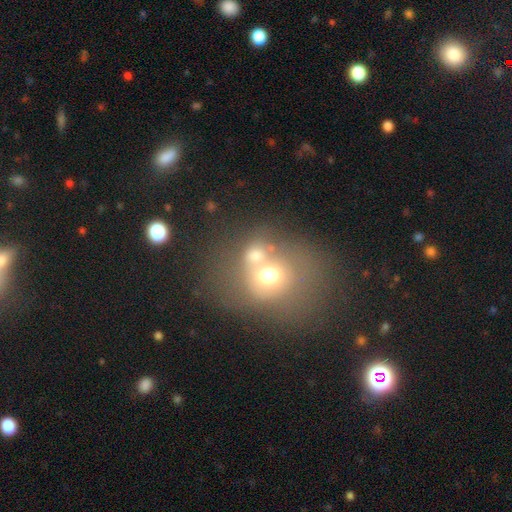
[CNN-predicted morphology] smooth_or_featured: smooth (p=0.64) [alt: featured or disk p=0.21]
how_rounded: round (p=0.68) [alt: in between p=0.30]
merging: merger (p=0.56) [alt: none p=0.28]